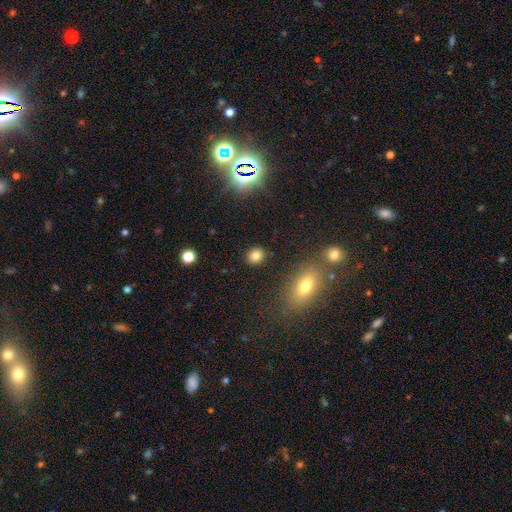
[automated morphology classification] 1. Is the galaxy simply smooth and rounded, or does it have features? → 81% smooth, 13% star or artifact, 6% featured or disk.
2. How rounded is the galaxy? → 79% round, 20% in between, 1% cigar-shaped.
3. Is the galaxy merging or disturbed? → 89% none, 6% minor disturbance, 2% major disturbance, 2% merger.